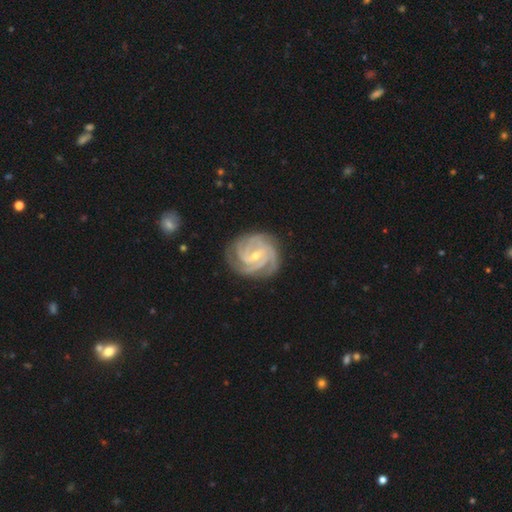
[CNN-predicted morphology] A featured or disk galaxy (92%) with a weak bar (51%), 3 (39%) tight (72%) spiral arms (99%) and a small central bulge (60%). Merging: none (81%).